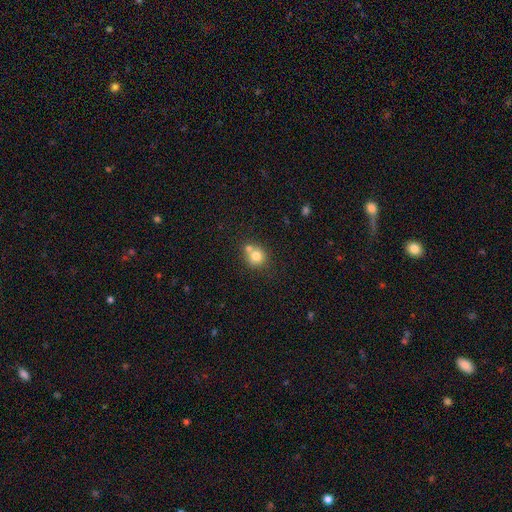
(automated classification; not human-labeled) Smooth or featured? smooth (75%)
How rounded? round (83%)
Merging? none (47%)